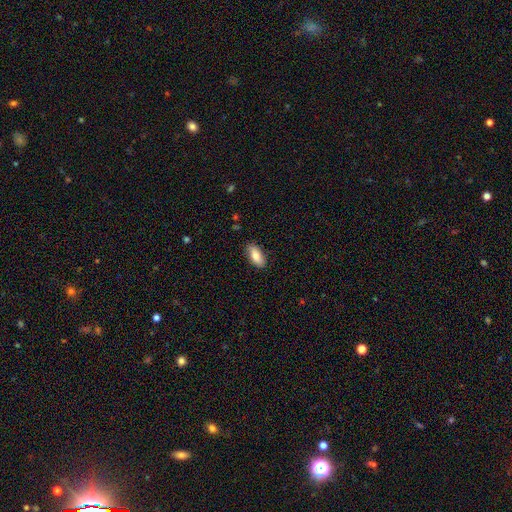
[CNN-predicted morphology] This is clearly a smooth galaxy (82%). How rounded: clearly in between (87%). Merging: clearly none (86%).